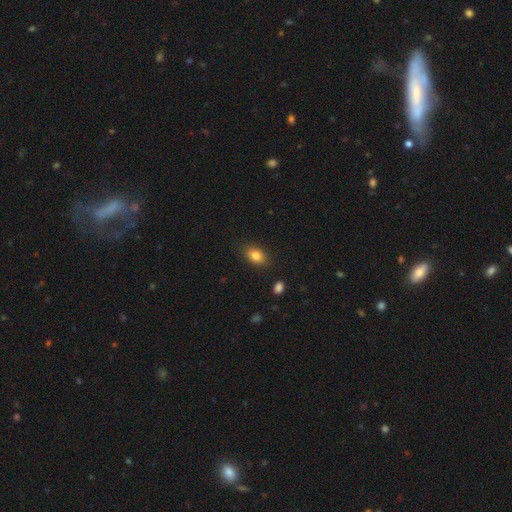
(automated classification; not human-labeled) The model was most divided on "how rounded": in between: 83%, round: 15%, cigar-shaped: 2%. More confident: merging — none (85%); smooth or featured — smooth (83%).